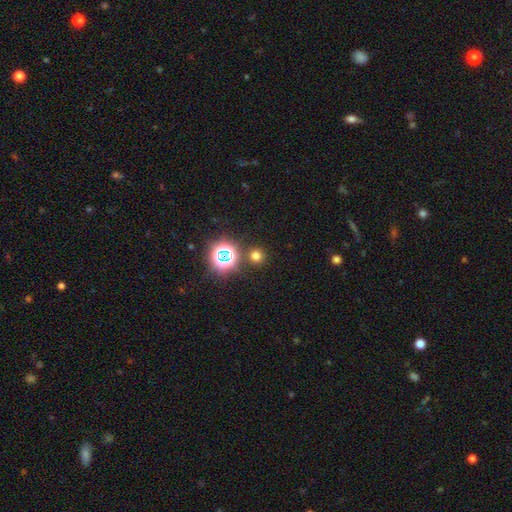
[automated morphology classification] Smooth or featured? smooth (66%)
How rounded? round (93%)
Merging? none (86%)